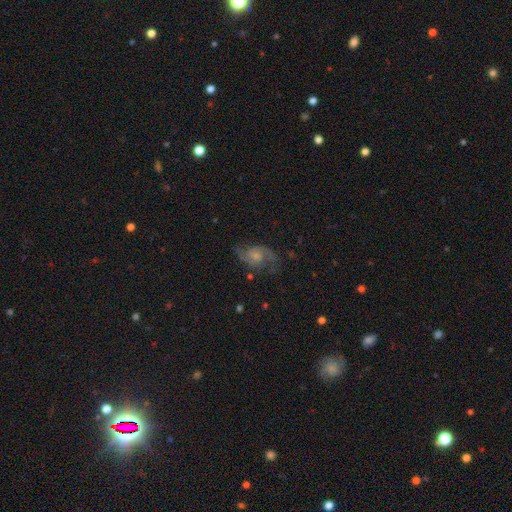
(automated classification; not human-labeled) smooth-or-featured: featured or disk: 83% | smooth: 10% | star or artifact: 7%
  disk-edge-on: no: 97% | yes: 3%
    bar: no: 62% | weak: 33% | strong: 5%
    has-spiral-arms: yes: 96% | no: 4%
      spiral-winding: medium: 50% | loose: 36% | tight: 14%
      spiral-arm-count: 2: 90% | can't tell: 4% | 1: 2% | 3: 2% | 4: 1% | more than 4: 1%
    bulge-size: small: 49% | moderate: 36% | none: 10% | large: 4% | dominant: 1%
  merging: none: 70% | minor disturbance: 18% | major disturbance: 10% | merger: 2%